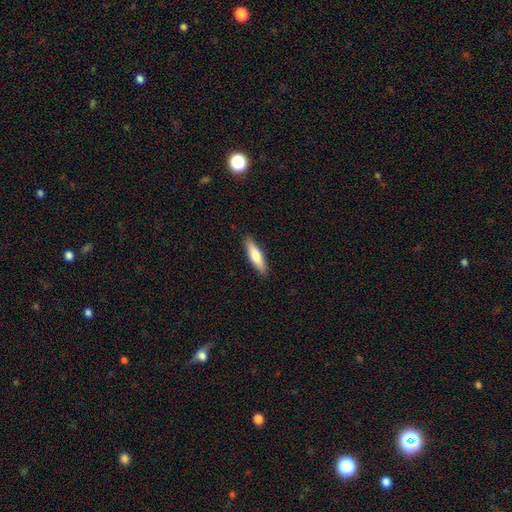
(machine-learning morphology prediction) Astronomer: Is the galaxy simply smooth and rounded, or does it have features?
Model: smooth — 70%.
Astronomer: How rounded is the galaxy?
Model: cigar-shaped — 70%.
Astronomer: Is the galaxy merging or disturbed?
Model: none — 89%.